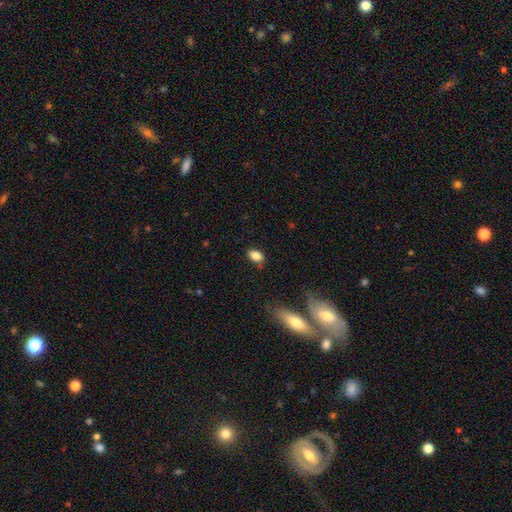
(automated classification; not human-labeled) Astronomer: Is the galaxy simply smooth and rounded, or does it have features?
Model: smooth — 86%.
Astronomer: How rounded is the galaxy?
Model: in between — 84%.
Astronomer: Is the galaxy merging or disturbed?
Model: none — 83%.